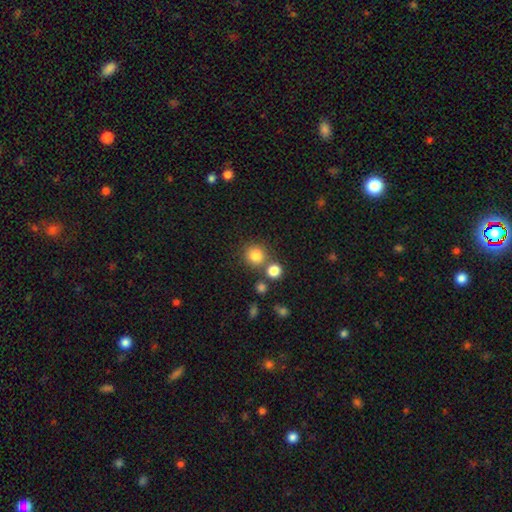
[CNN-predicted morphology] smooth 82%, star or artifact 12%, featured or disk 6%. Down the decision tree: how rounded — round (90%); merging — none (70%).